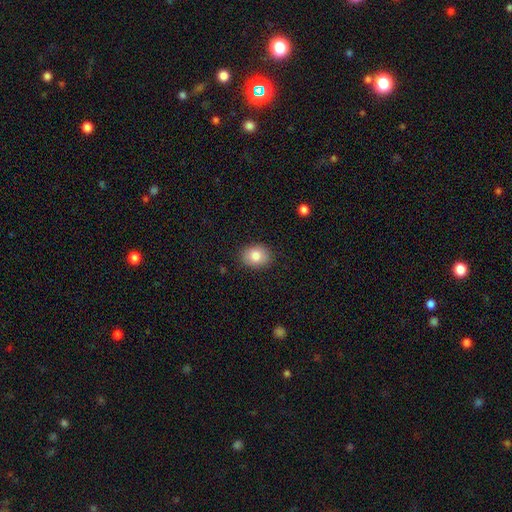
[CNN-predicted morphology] smooth-or-featured: smooth: 83% | featured or disk: 9% | star or artifact: 8%
  how-rounded: in between: 56% | round: 43% | cigar-shaped: 1%
  merging: none: 87% | minor disturbance: 9% | major disturbance: 2% | merger: 1%